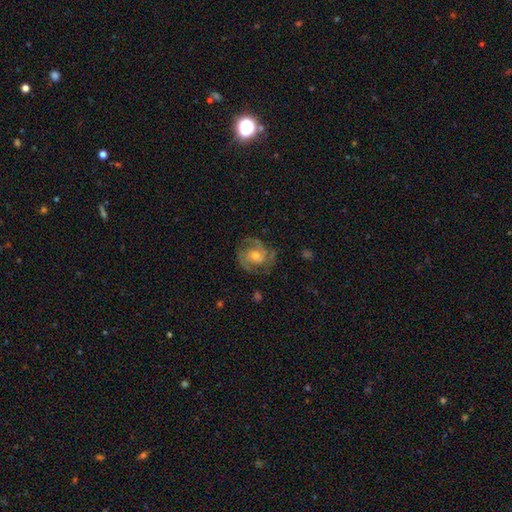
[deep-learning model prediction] featured or disk 84%, smooth 9%, star or artifact 7%. Down the decision tree: edge-on disk — no (97%); bar — no (59%); spiral arms — yes (96%); spiral arm count — 2 (53%); spiral winding — tight (46%); bulge size — moderate (59%); merging — none (74%).